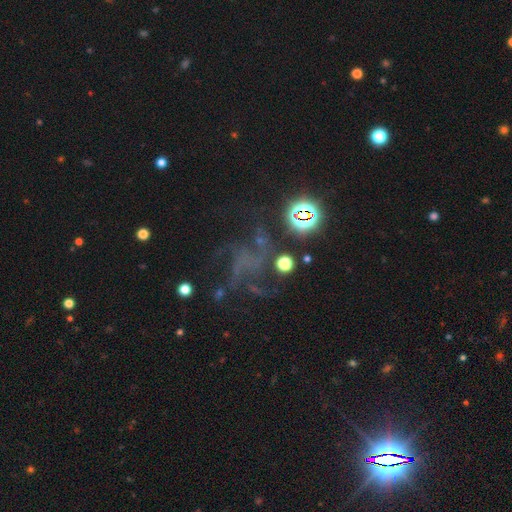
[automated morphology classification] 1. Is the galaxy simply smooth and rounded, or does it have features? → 55% star or artifact, 29% featured or disk, 16% smooth.